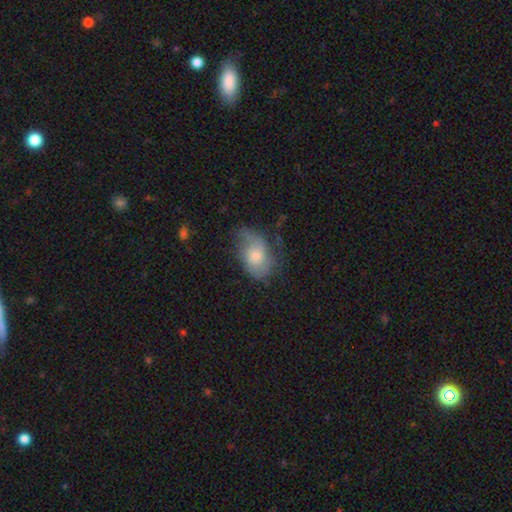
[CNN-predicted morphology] smooth-or-featured: featured or disk: 46% (tied) | smooth: 46% (tied) | star or artifact: 8%
  merging: none: 47% | minor disturbance: 31% | major disturbance: 20% | merger: 2%